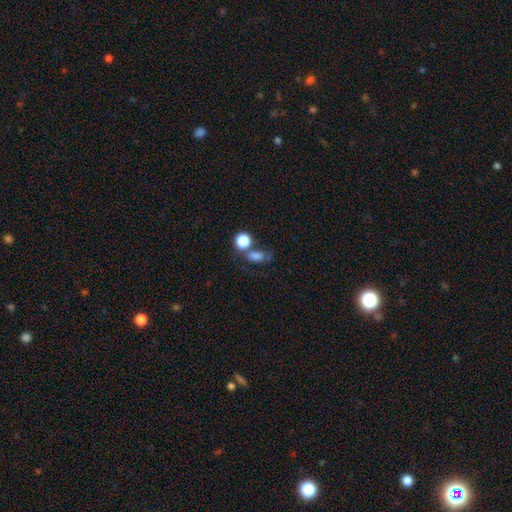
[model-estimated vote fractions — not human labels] smooth-or-featured: smooth: 77% | star or artifact: 13% | featured or disk: 10%
  how-rounded: in between: 66% | round: 31% | cigar-shaped: 3%
  merging: none: 42% | merger: 31% | minor disturbance: 15% | major disturbance: 12%